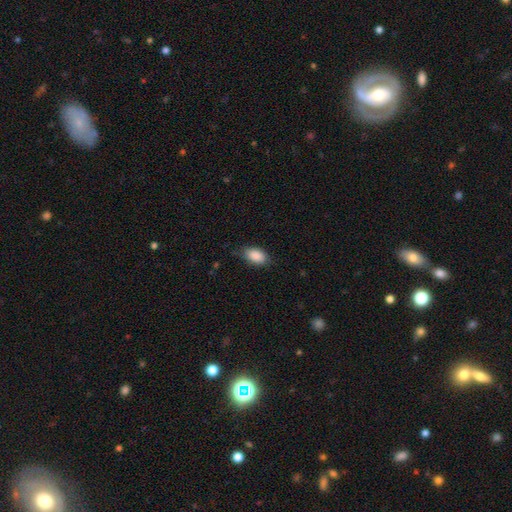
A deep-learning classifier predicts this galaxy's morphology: type=smooth (89%); roundness=in between (92%); merging=none (76%).